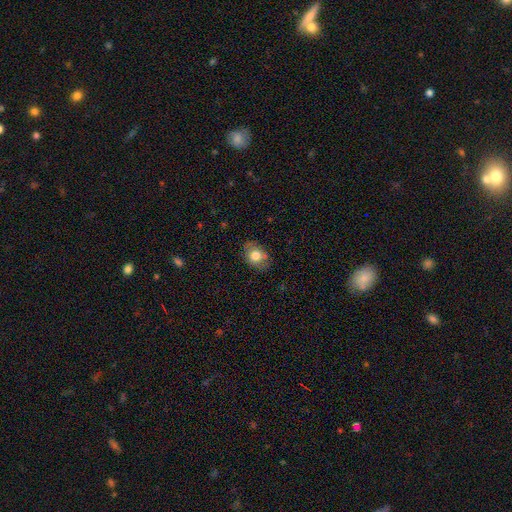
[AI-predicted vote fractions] This is likely a smooth galaxy (75%). How rounded: likely in between (70%). Merging: likely none (77%).